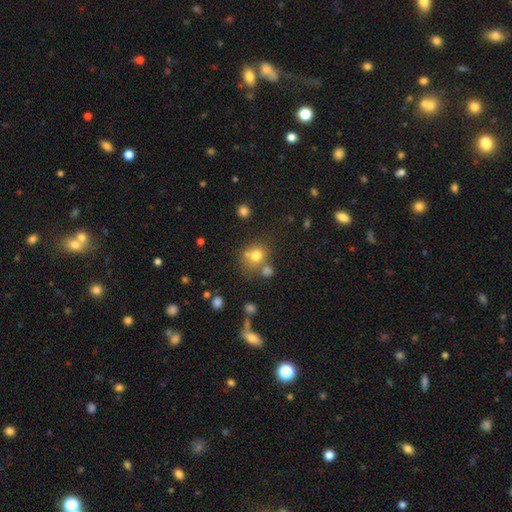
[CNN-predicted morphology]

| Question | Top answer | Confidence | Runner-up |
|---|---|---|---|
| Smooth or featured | smooth | 73% | star or artifact (15%) |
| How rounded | round | 68% | in between (32%) |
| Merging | none | 52% | merger (28%) |